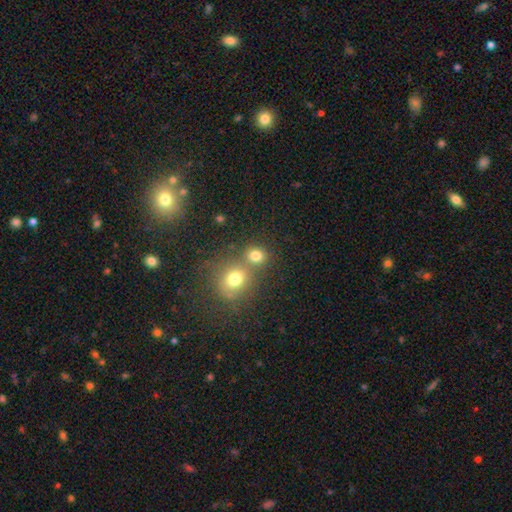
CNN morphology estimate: smooth 77%, star or artifact 15%, featured or disk 8%. Down the decision tree: how rounded — round (78%); merging — none (56%).